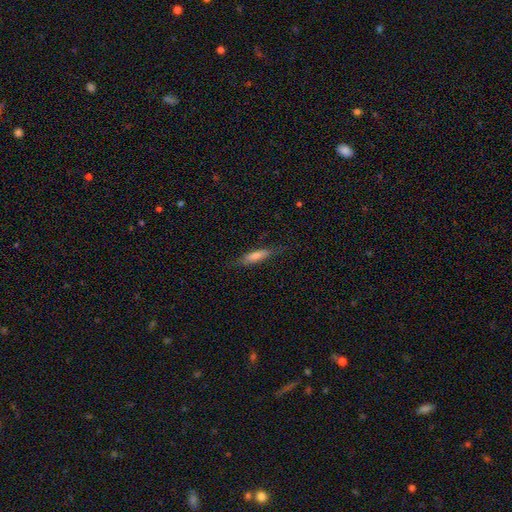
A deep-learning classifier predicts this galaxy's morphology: Smooth or featured? Predicted: smooth (p=0.63). How rounded? Predicted: cigar-shaped (p=0.77). Merging? Predicted: none (p=0.78).